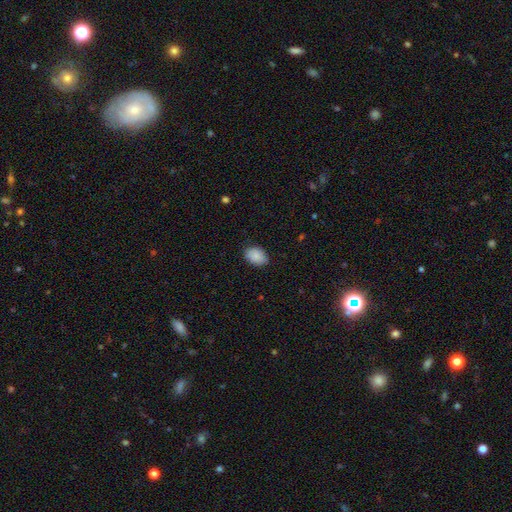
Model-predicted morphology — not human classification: This is clearly a smooth galaxy (89%). How rounded: clearly in between (82%). Merging: clearly none (83%).